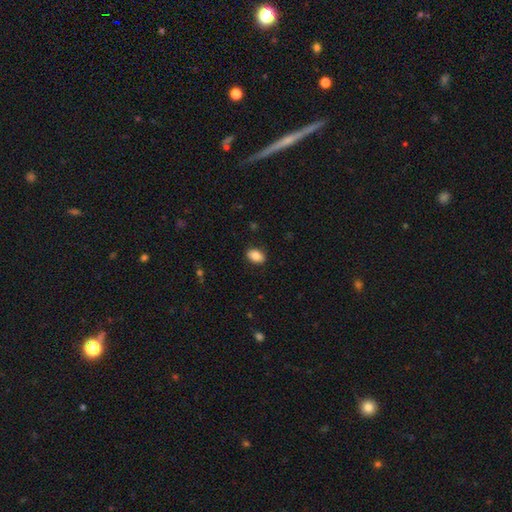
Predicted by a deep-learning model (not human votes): smooth-or-featured: smooth: 84% | featured or disk: 8% | star or artifact: 8%
  how-rounded: in between: 87% | round: 12% | cigar-shaped: 2%
  merging: none: 89% | minor disturbance: 8% | major disturbance: 2% | merger: 1%